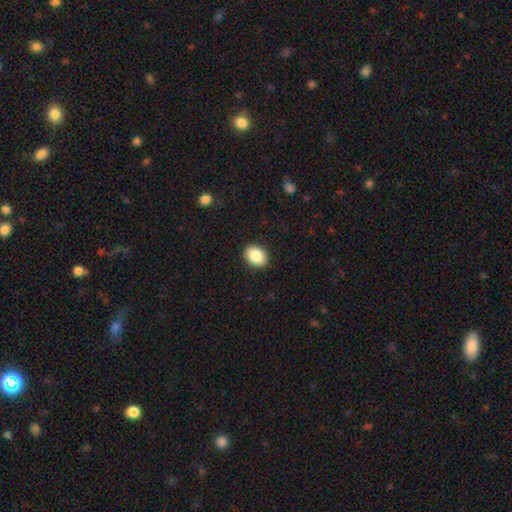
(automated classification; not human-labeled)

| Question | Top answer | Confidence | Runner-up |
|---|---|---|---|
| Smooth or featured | smooth | 86% | star or artifact (8%) |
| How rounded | in between | 66% | round (33%) |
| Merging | none | 91% | minor disturbance (6%) |